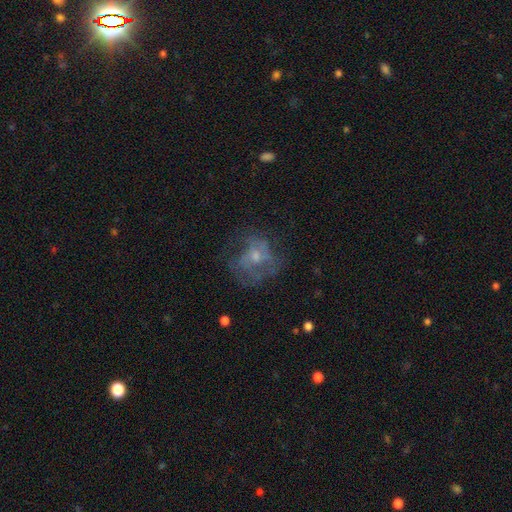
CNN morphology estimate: smooth_or_featured: featured or disk (p=0.59) [alt: smooth p=0.28]
disk_edge_on: no (p=0.97) [alt: yes p=0.03]
bar: no (p=0.73) [alt: weak p=0.23]
has_spiral_arms: yes (p=0.56) [alt: no p=0.44]
bulge_size: small (p=0.51) [alt: moderate p=0.39]
merging: none (p=0.54) [alt: major disturbance p=0.24]